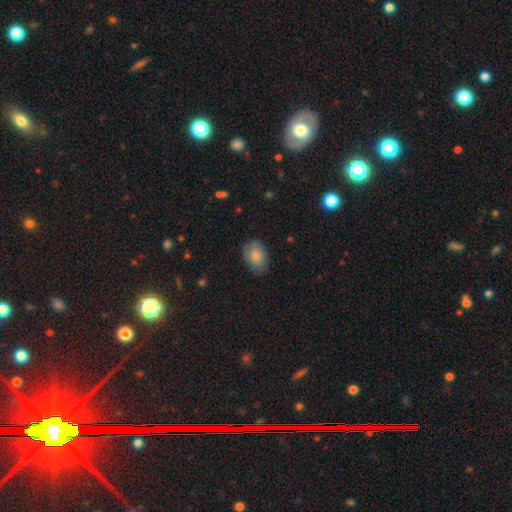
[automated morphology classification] smooth_or_featured: smooth (p=0.77) [alt: featured or disk p=0.16]
how_rounded: in between (p=0.81) [alt: round p=0.18]
merging: none (p=0.75) [alt: minor disturbance p=0.20]